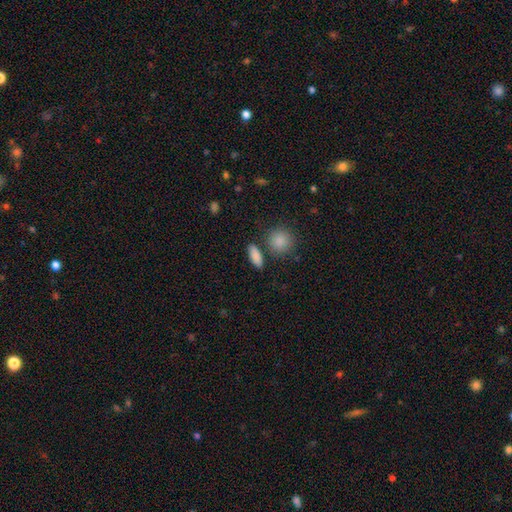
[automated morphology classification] Q: Smooth or featured?
A: smooth (86%); runner-up: star or artifact (8%)
Q: How rounded?
A: in between (70%); runner-up: cigar-shaped (22%)
Q: Merging?
A: none (78%); runner-up: minor disturbance (10%)